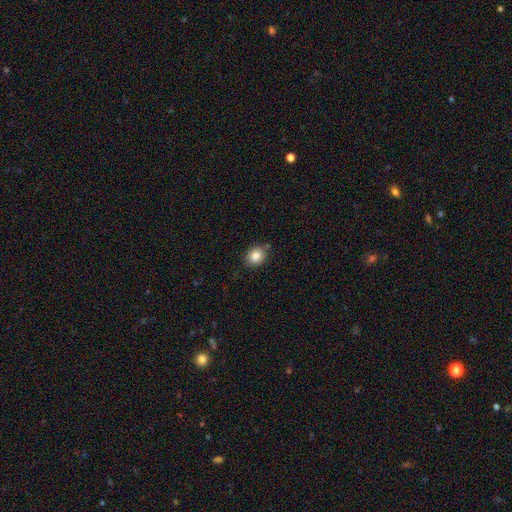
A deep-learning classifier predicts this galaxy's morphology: smooth_or_featured: smooth (p=0.84) [alt: star or artifact p=0.09]
how_rounded: round (p=0.66) [alt: in between p=0.33]
merging: none (p=0.80) [alt: minor disturbance p=0.13]